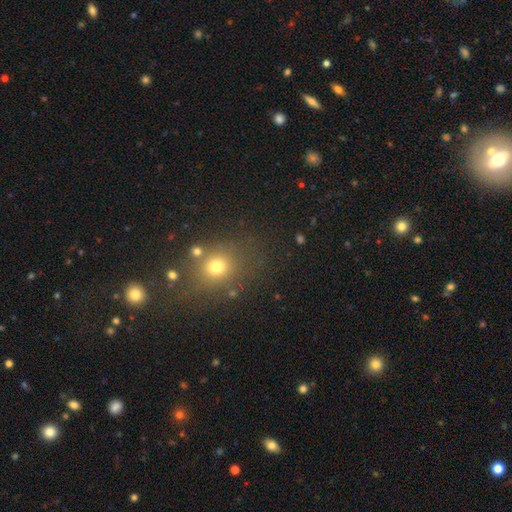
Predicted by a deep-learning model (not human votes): Smooth or featured? smooth (60%)
How rounded? round (66%)
Merging? none (78%)